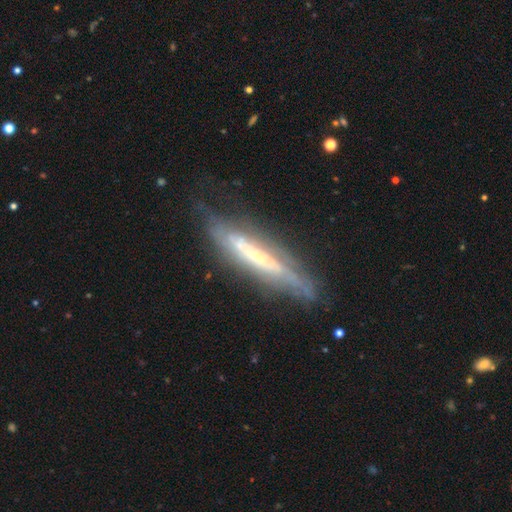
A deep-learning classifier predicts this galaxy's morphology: Smooth or featured?
  - featured or disk: 73% *
  - smooth: 20%
  - star or artifact: 7%
Edge-on disk?
  - yes: 68% *
  - no: 32%
Merging?
  - none: 66% *
  - minor disturbance: 23%
  - major disturbance: 9%
  - merger: 2%